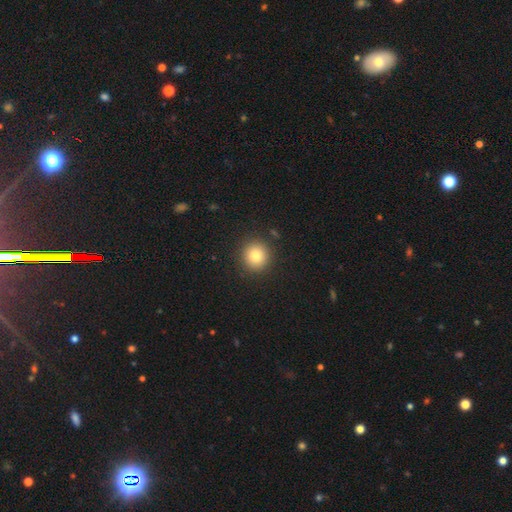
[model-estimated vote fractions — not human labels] This appears to be a smooth galaxy with no disk features (82%) that is round (93%). Merging: none (90%).